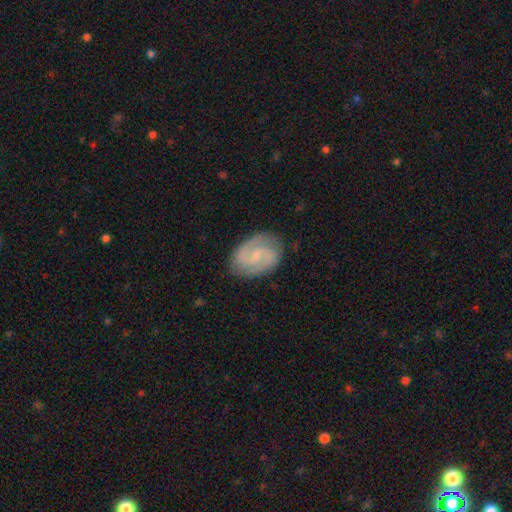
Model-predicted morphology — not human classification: A featured or disk galaxy (84%) with a weak bar (51%), 2 (91%) medium (52%) spiral arms (97%) and a small central bulge (64%). Merging: none (84%).